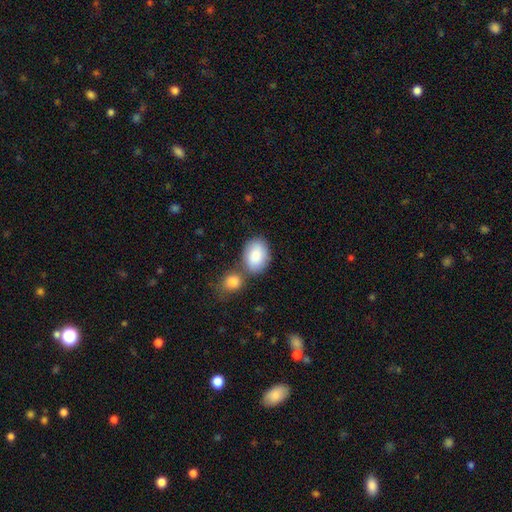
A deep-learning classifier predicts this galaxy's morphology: Q: Smooth or featured?
A: smooth (86%); runner-up: featured or disk (8%)
Q: How rounded?
A: in between (80%); runner-up: round (18%)
Q: Merging?
A: none (52%); runner-up: merger (29%)